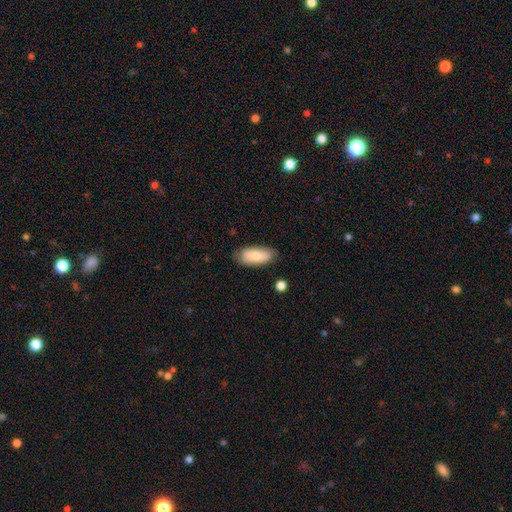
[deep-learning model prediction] This appears to be a smooth galaxy with no disk features (78%) that is in between round and cigar-shaped (87%). Merging: none (79%).